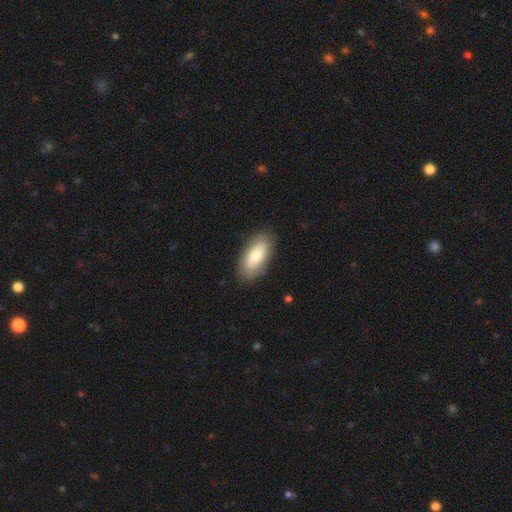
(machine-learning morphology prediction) Q: Smooth or featured?
A: smooth (73%); runner-up: featured or disk (21%)
Q: How rounded?
A: in between (89%); runner-up: cigar-shaped (9%)
Q: Merging?
A: none (86%); runner-up: minor disturbance (10%)